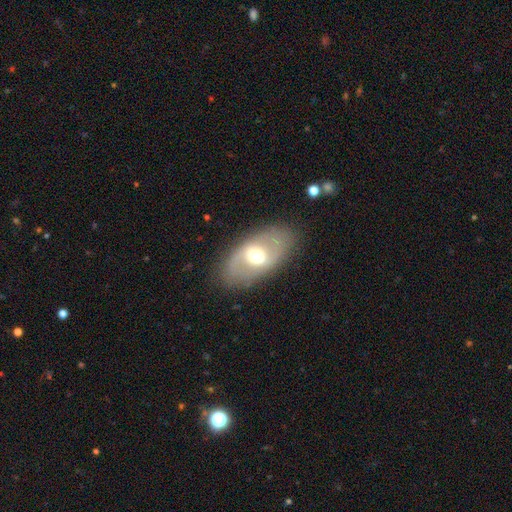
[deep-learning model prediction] smooth-or-featured: featured or disk: 60% | smooth: 33% | star or artifact: 7%
  disk-edge-on: no: 89% | yes: 11%
    bar: weak: 47% | no: 31% | strong: 22%
    has-spiral-arms: yes: 52% | no: 48%
    bulge-size: moderate: 67% | large: 15% | small: 15% | dominant: 2% | none: 1%
  merging: none: 83% | minor disturbance: 11% | major disturbance: 5% | merger: 1%